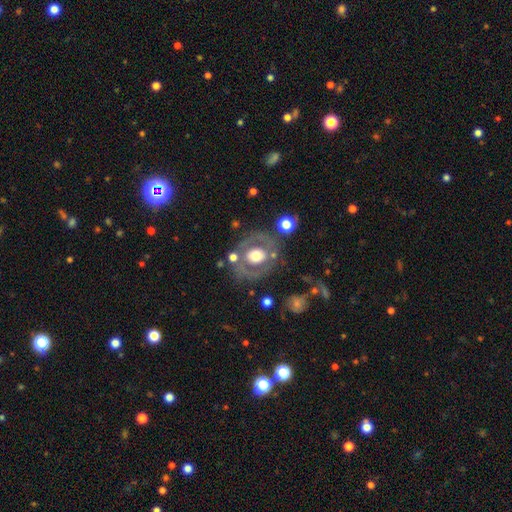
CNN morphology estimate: Smooth or featured: featured or disk — 58% (smooth — 35%)
Edge-on disk: no — 95% (yes — 5%)
Bar: no — 78% (weak — 15%)
Spiral arms: no — 77% (yes — 23%)
Bulge size: moderate — 51% (large — 39%)
Merging: none — 70% (minor disturbance — 15%)